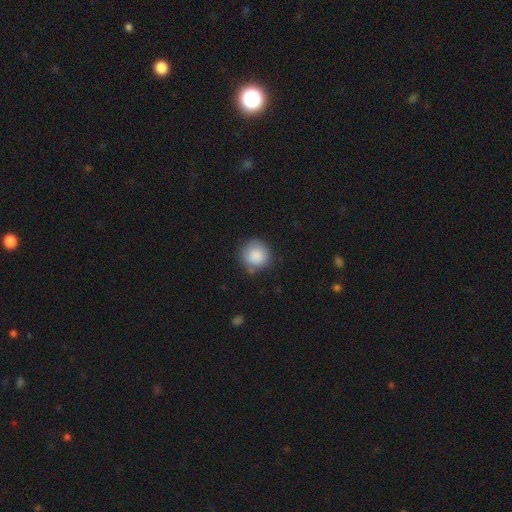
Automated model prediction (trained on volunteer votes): Smooth or featured: smooth — 87% (star or artifact — 7%)
How rounded: round — 92% (in between — 7%)
Merging: none — 78% (minor disturbance — 15%)